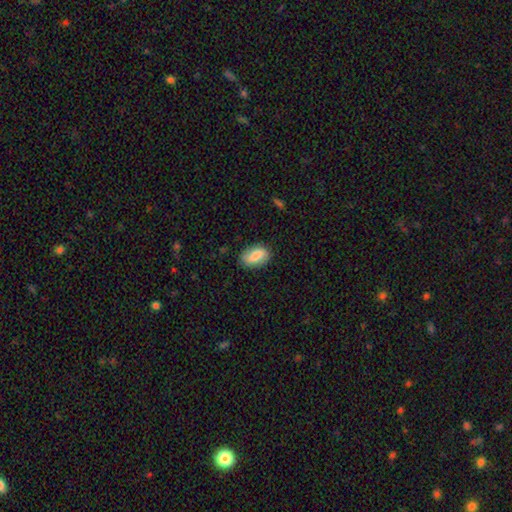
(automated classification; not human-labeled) The model was most divided on "smooth or featured": smooth: 72%, featured or disk: 22%, star or artifact: 7%. More confident: how rounded — in between (89%); merging — none (82%).